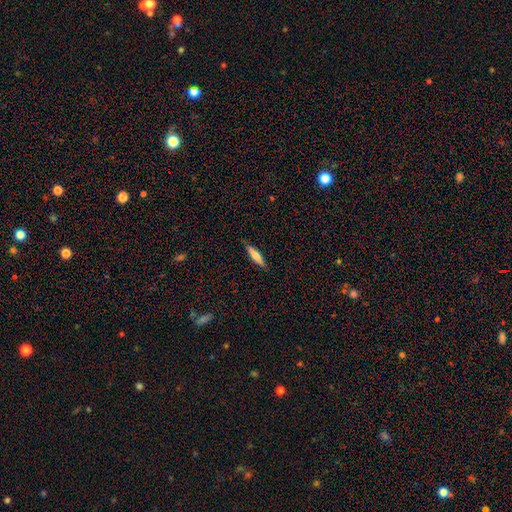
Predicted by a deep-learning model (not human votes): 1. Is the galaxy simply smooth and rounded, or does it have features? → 65% smooth, 28% featured or disk, 6% star or artifact.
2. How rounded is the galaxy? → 83% cigar-shaped, 15% in between, 2% round.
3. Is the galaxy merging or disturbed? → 88% none, 9% minor disturbance, 2% major disturbance, 1% merger.